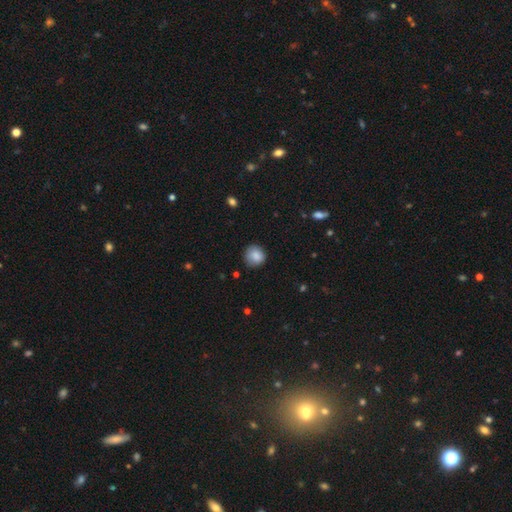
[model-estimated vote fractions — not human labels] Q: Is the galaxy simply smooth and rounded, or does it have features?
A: smooth — 87%.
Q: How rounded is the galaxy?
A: round — 89%.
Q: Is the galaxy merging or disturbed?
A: none — 80%.